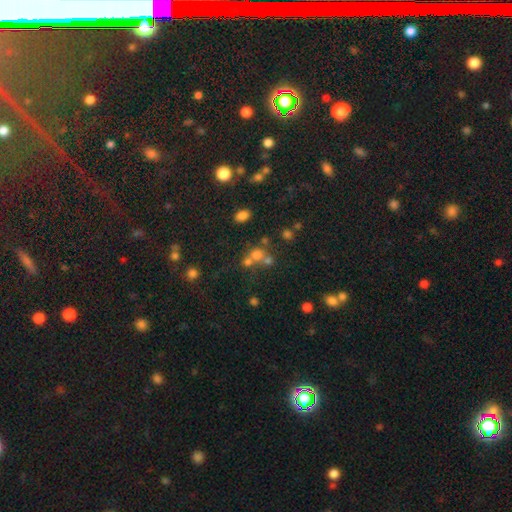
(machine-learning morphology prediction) Smooth or featured? smooth (62%)
How rounded? round (80%)
Merging? none (44%)